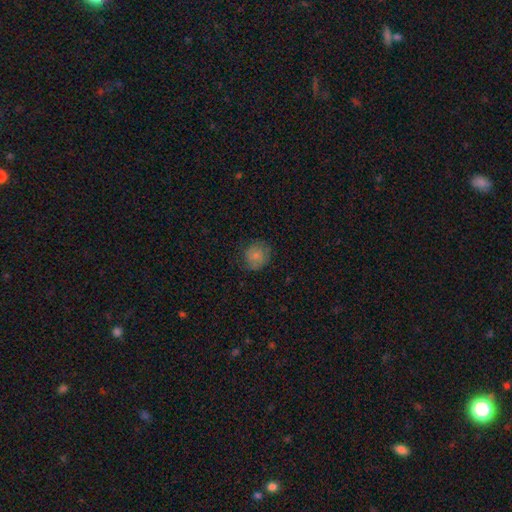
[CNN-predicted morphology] This appears to be a smooth galaxy with no disk features (79%) that is round (83%). Merging: none (72%).